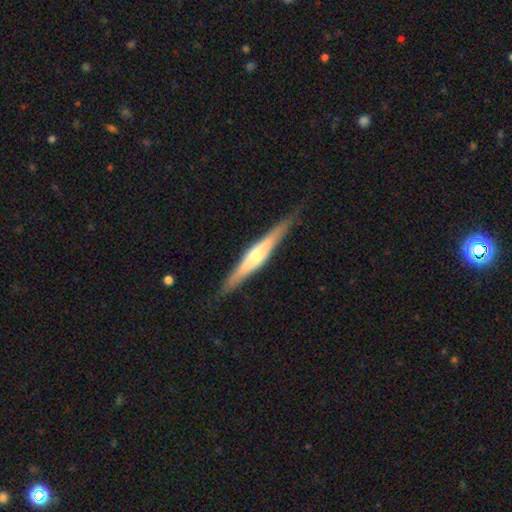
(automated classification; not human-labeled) This appears to be a featured or disk galaxy (70%) viewed edge-on (96%) with a rounded central bulge (77%). Merging: none (87%).